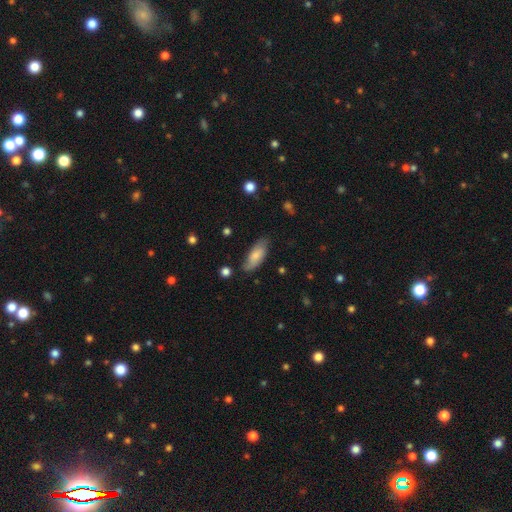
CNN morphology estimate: type=smooth (69%); roundness=in between (80%); merging=none (71%).